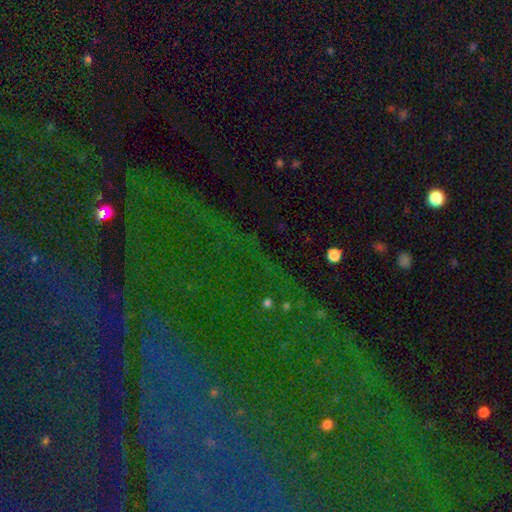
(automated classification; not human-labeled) Smooth or featured?
  - star or artifact: 82% *
  - featured or disk: 9%
  - smooth: 9%